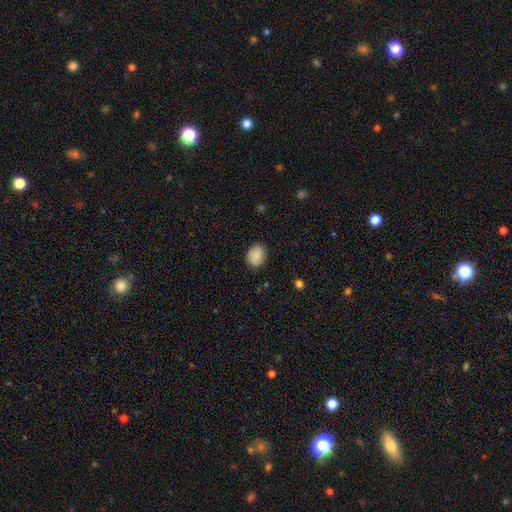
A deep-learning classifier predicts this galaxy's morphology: A smooth galaxy with no disk features (86%) that is in between round and cigar-shaped (56%).

Vote fractions:
- Smooth or featured? smooth: 86% / star or artifact: 7% / featured or disk: 7%
- How rounded? in between: 56% / round: 44% / cigar-shaped: 1%
- Merging? none: 82% / minor disturbance: 14% / major disturbance: 3% / merger: 1%